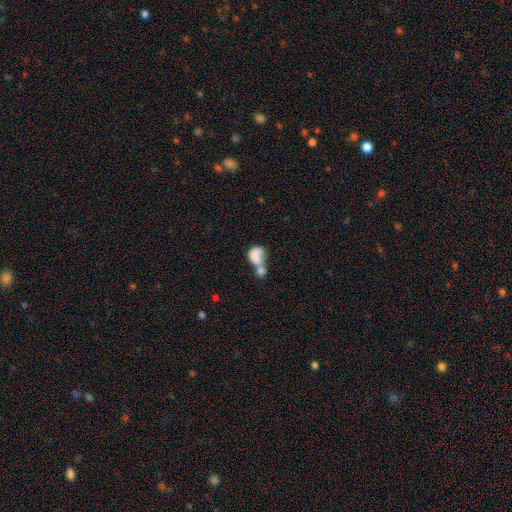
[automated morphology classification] Smooth or featured? smooth (73%)
How rounded? in between (57%)
Merging? merger (71%)